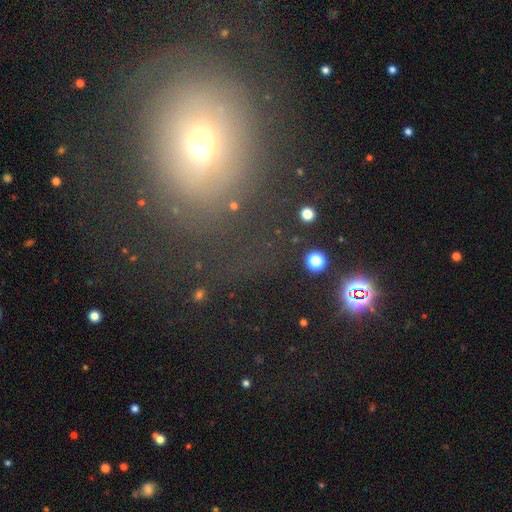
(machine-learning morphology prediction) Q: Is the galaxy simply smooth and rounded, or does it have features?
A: smooth — 50%.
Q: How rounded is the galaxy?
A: round — 70%.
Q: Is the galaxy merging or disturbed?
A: none — 64%.